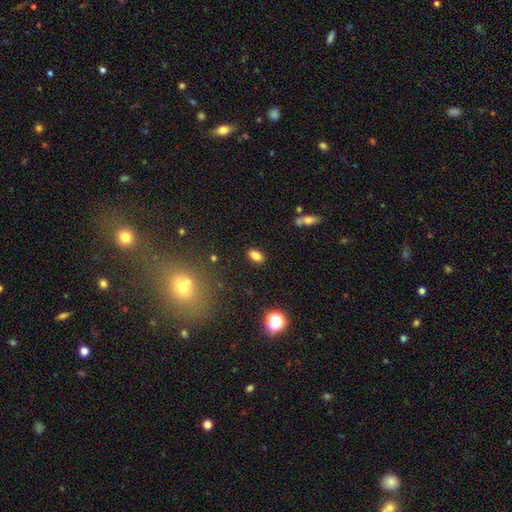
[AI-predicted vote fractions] Smooth or featured? Predicted: smooth (p=0.80). How rounded? Predicted: in between (p=0.87). Merging? Predicted: none (p=0.86).